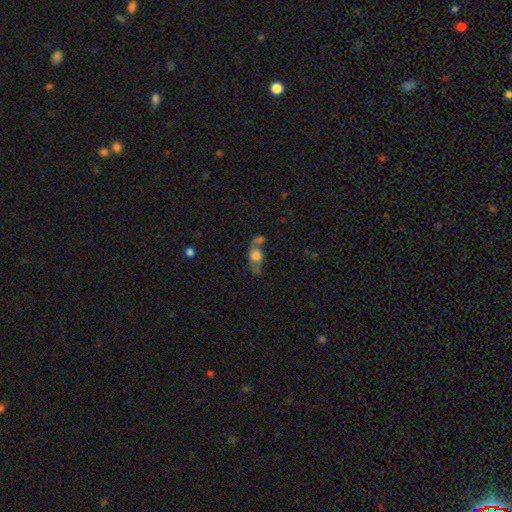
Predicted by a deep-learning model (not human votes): Smooth or featured?
  - smooth: 47% *
  - featured or disk: 40%
  - star or artifact: 13%
Merging?
  - merger: 39% *
  - none: 27%
  - major disturbance: 20%
  - minor disturbance: 15%